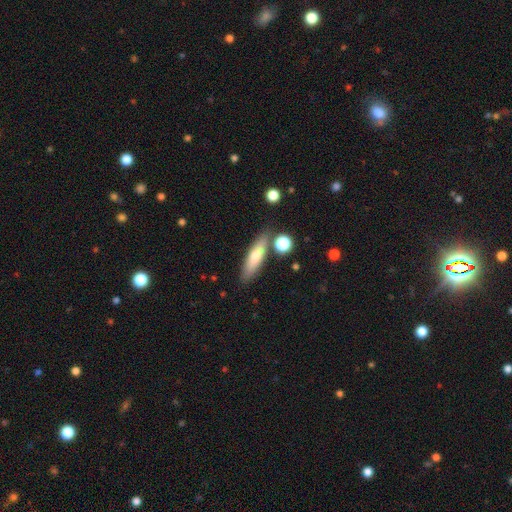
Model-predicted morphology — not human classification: Smooth or featured: smooth — 62% (featured or disk — 31%)
How rounded: cigar-shaped — 70% (in between — 28%)
Merging: none — 80% (minor disturbance — 11%)